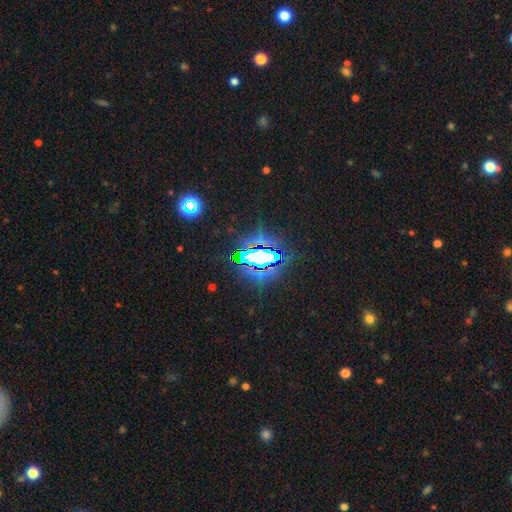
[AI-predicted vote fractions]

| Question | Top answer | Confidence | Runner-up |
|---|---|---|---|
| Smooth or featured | star or artifact | 71% | smooth (17%) |